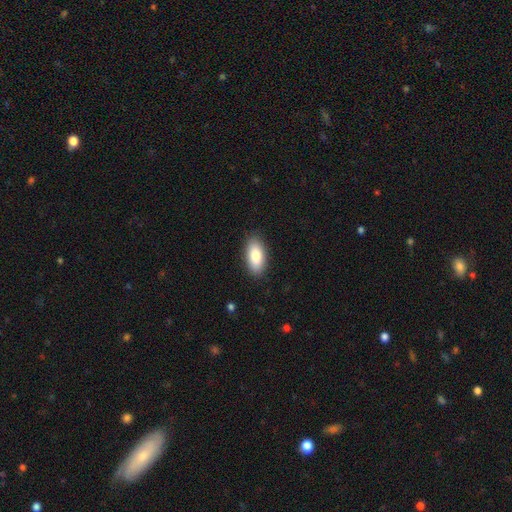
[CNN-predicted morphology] smooth 83%, featured or disk 10%, star or artifact 6%. Down the decision tree: how rounded — in between (90%); merging — none (88%).